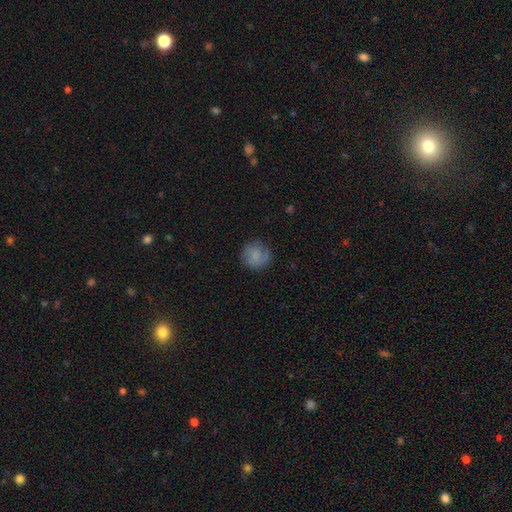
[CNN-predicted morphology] This is likely a smooth galaxy (77%). How rounded: clearly round (91%). Merging: likely none (80%).